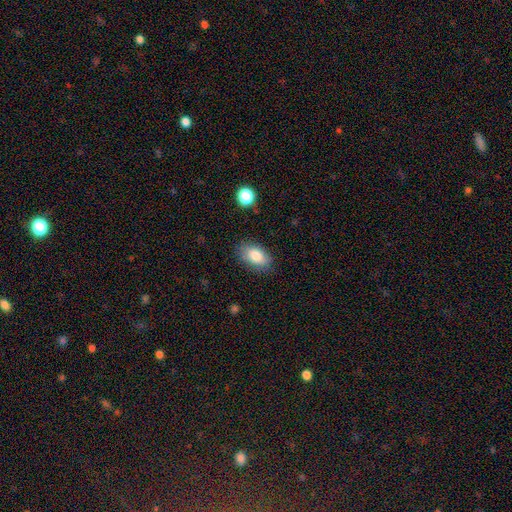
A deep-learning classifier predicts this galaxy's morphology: A smooth galaxy with no disk features (83%) that is in between round and cigar-shaped (91%). Merging: none (83%).